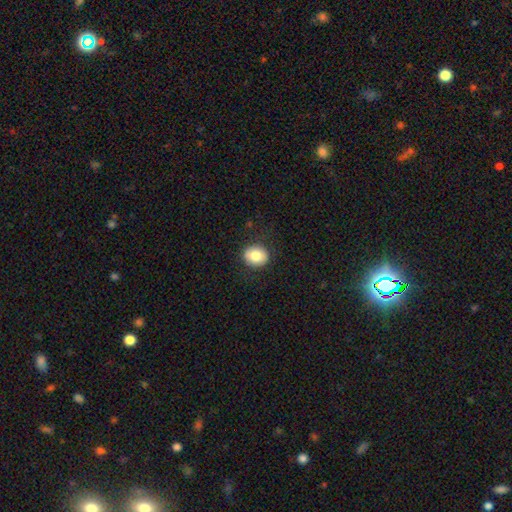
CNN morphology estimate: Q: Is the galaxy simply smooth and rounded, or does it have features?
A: smooth — 78%.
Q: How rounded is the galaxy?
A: round — 72%.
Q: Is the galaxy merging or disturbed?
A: none — 86%.